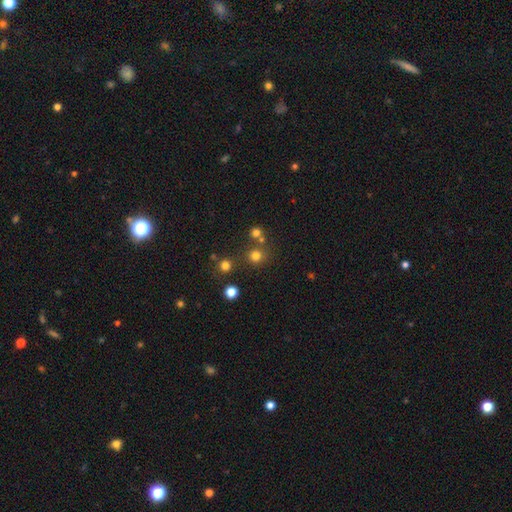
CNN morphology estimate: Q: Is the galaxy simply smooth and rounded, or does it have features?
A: smooth — 73%.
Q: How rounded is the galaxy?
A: round — 90%.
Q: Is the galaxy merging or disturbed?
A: none — 74%.